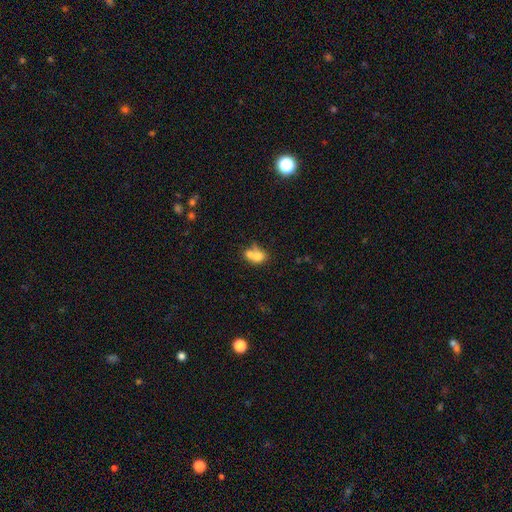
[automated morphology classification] smooth 69%, featured or disk 20%, star or artifact 10%. Down the decision tree: how rounded — in between (56%); merging — merger (63%).